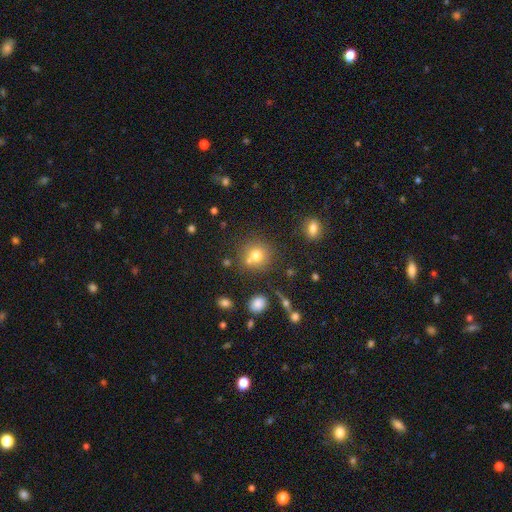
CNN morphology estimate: This is likely a smooth galaxy (72%). How rounded: clearly round (88%). Merging: likely none (65%).